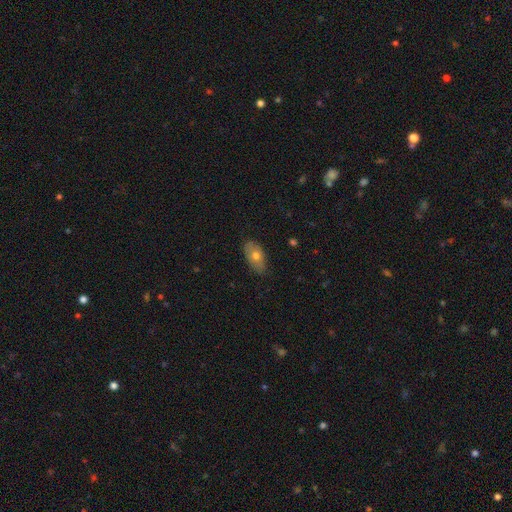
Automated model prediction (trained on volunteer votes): A smooth galaxy with no disk features (67%) that is in between round and cigar-shaped (91%).

Vote fractions:
- Smooth or featured? smooth: 67% / featured or disk: 26% / star or artifact: 7%
- How rounded? in between: 91% / round: 6% / cigar-shaped: 3%
- Merging? none: 74% / minor disturbance: 21% / major disturbance: 3% / merger: 1%